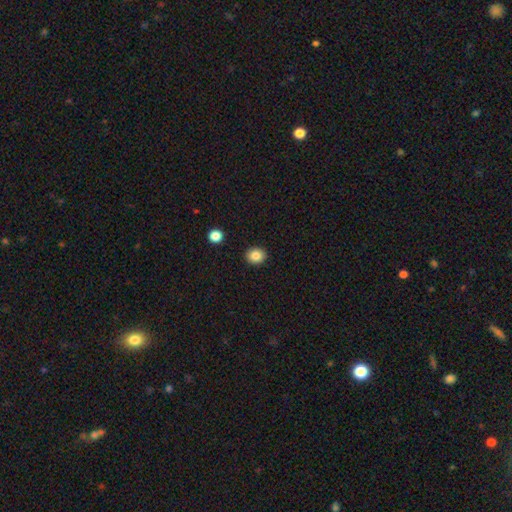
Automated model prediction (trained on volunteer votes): A smooth galaxy with no disk features (85%) that is round (69%).

Vote fractions:
- Smooth or featured? smooth: 85% / star or artifact: 10% / featured or disk: 5%
- How rounded? round: 69% / in between: 30% / cigar-shaped: 1%
- Merging? none: 91% / minor disturbance: 6% / major disturbance: 2% / merger: 1%